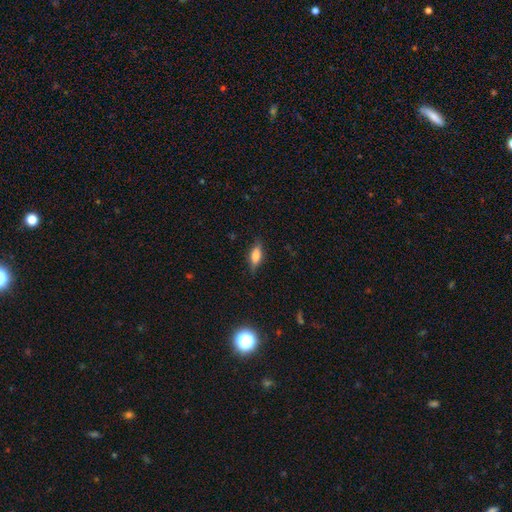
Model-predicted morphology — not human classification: This appears to be a smooth galaxy with no disk features (61%) that is in between round and cigar-shaped (63%). Merging: none (81%).